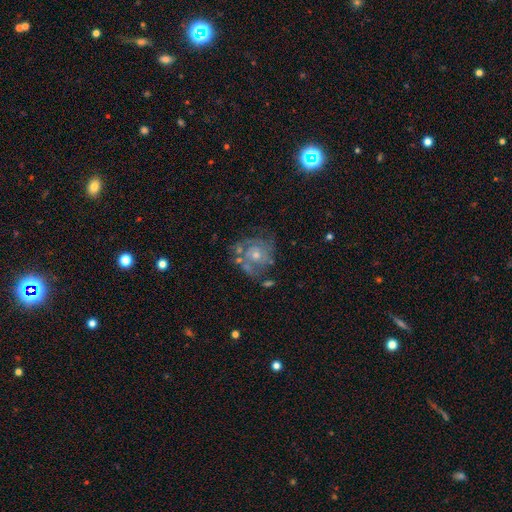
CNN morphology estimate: Overall: featured or disk (74%). Edge-on disk: no (97%). Bar: no (78%). Spiral arms: yes (87%). Spiral arm count: can't tell (37%; 2 28%). Spiral winding: tight (58%; medium 33%). Bulge size: small (48%; moderate 46%). Merging: none (63%).